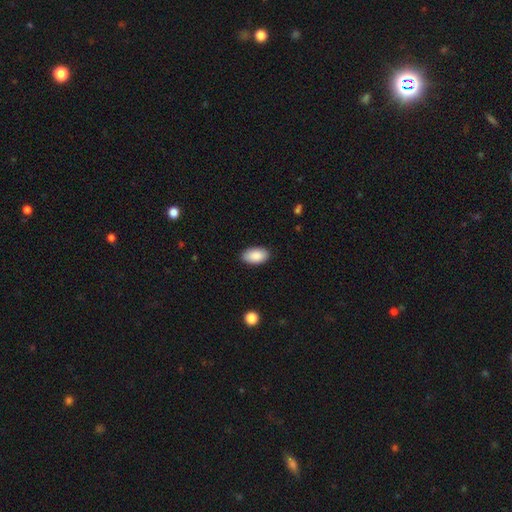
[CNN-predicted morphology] Smooth or featured? Predicted: smooth (p=0.90). How rounded? Predicted: in between (p=0.95). Merging? Predicted: none (p=0.87).